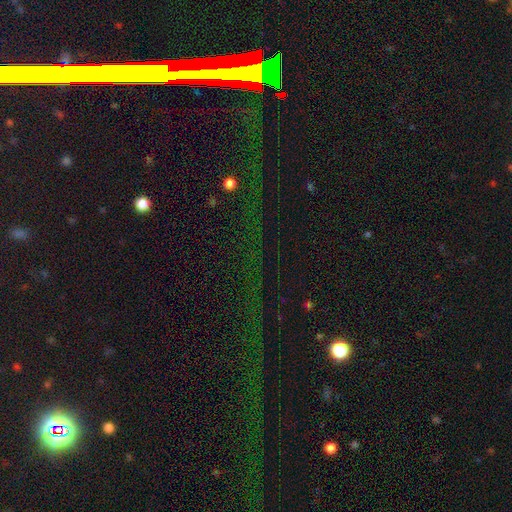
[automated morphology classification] smooth_or_featured: star or artifact (p=0.79) [alt: featured or disk p=0.11]